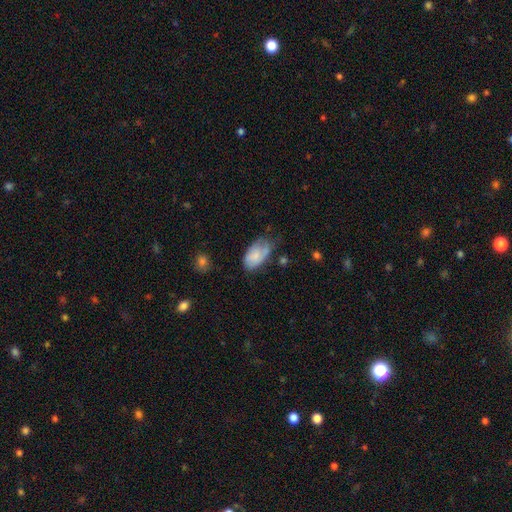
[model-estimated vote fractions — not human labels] The model was most divided on "merging": none: 46%, minor disturbance: 36%, major disturbance: 13%, merger: 5%. More confident: how rounded — in between (94%); smooth or featured — smooth (69%).